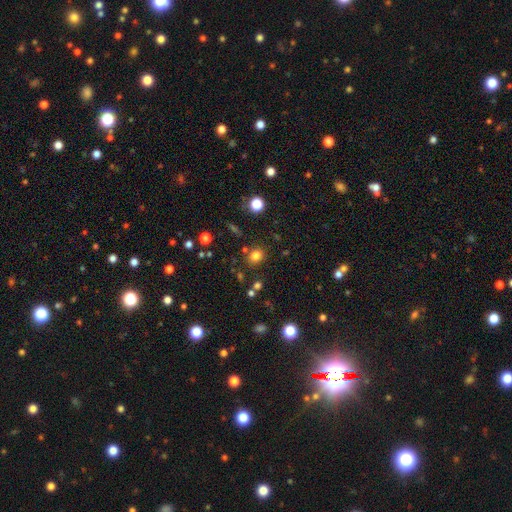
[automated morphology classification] type=smooth (79%); roundness=round (63%); merging=none (81%).